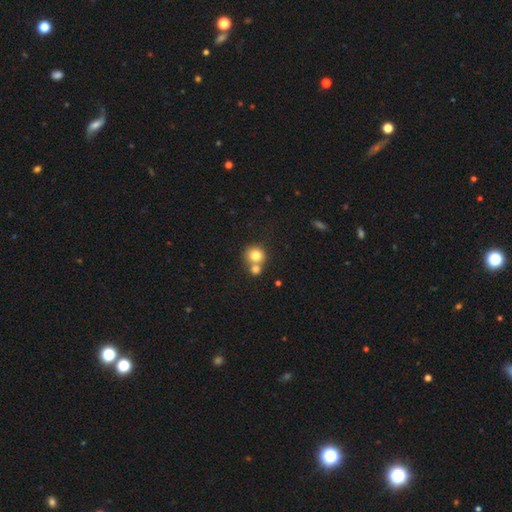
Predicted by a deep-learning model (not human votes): Q: Smooth or featured?
A: smooth (78%); runner-up: featured or disk (11%)
Q: How rounded?
A: round (88%); runner-up: in between (11%)
Q: Merging?
A: none (46%); runner-up: merger (45%)